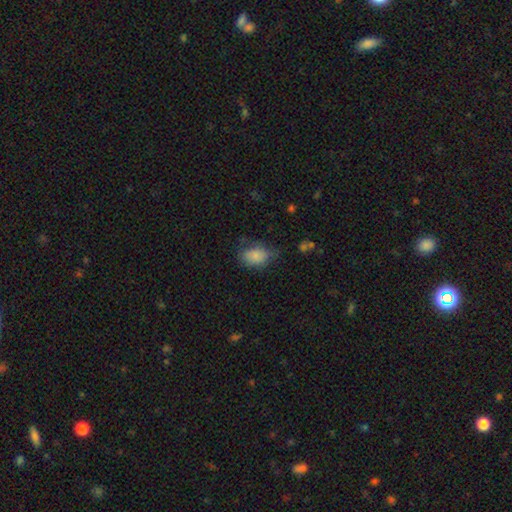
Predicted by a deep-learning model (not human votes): A smooth galaxy with no disk features (82%) that is in between round and cigar-shaped (77%).

Vote fractions:
- Smooth or featured? smooth: 82% / star or artifact: 9% / featured or disk: 8%
- How rounded? in between: 77% / round: 22% / cigar-shaped: 1%
- Merging? none: 52% / minor disturbance: 32% / major disturbance: 13% / merger: 3%